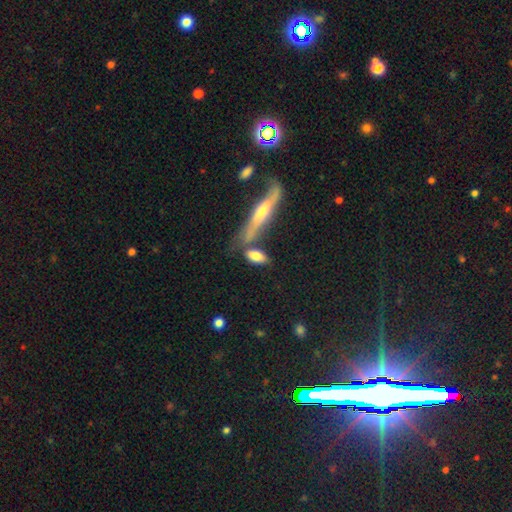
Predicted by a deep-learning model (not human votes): Overall: smooth (76%). How rounded: in between (76%). Merging: none (53%; merger 25%).